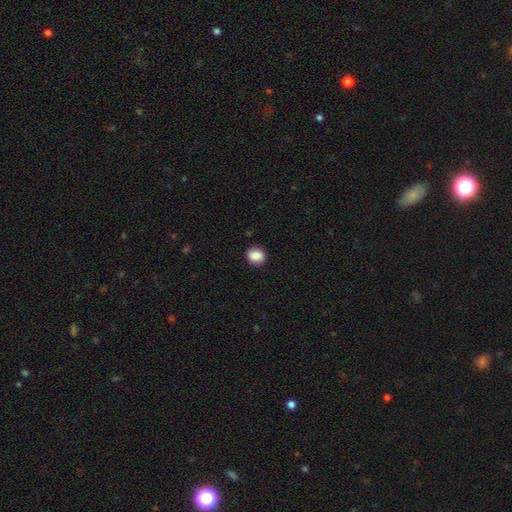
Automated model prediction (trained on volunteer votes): Smooth or featured? smooth (87%)
How rounded? round (74%)
Merging? none (89%)